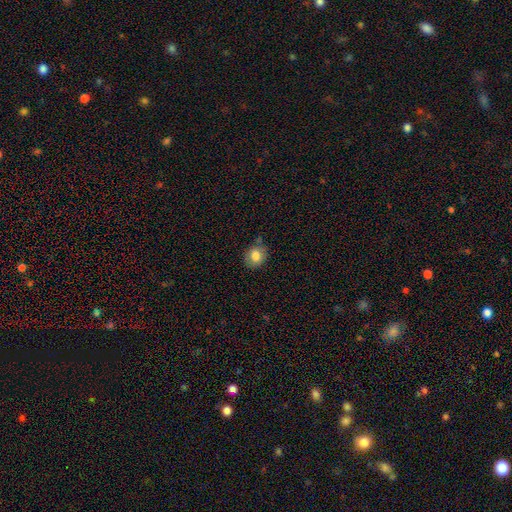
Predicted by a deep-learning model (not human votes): This appears to be a smooth galaxy with no disk features (79%) that is round (64%). Merging: none (76%).